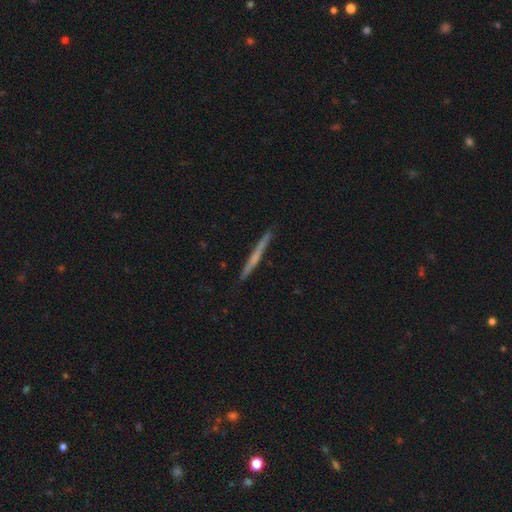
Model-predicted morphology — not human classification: A featured or disk galaxy (56%) viewed edge-on (98%) with no central bulge (73%).

Vote fractions:
- Smooth or featured? featured or disk: 56% / smooth: 37% / star or artifact: 6%
- Edge-on disk? yes: 98% / no: 2%
- Edge-on bulge? none: 73% / rounded: 21% / boxy: 6%
- Merging? none: 91% / minor disturbance: 7% / major disturbance: 1% / merger: 1%